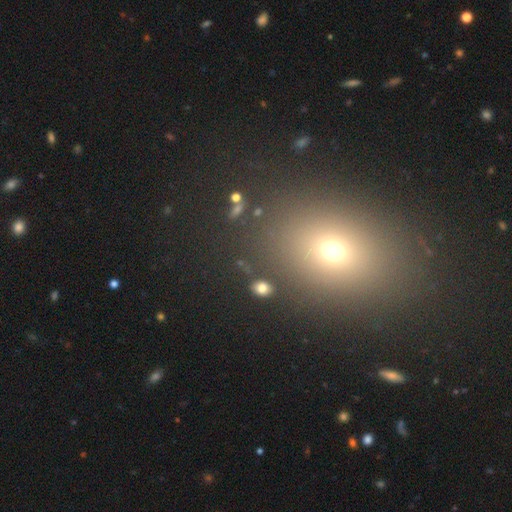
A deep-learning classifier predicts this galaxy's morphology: Smooth or featured? smooth (61%)
How rounded? in between (56%)
Merging? none (86%)